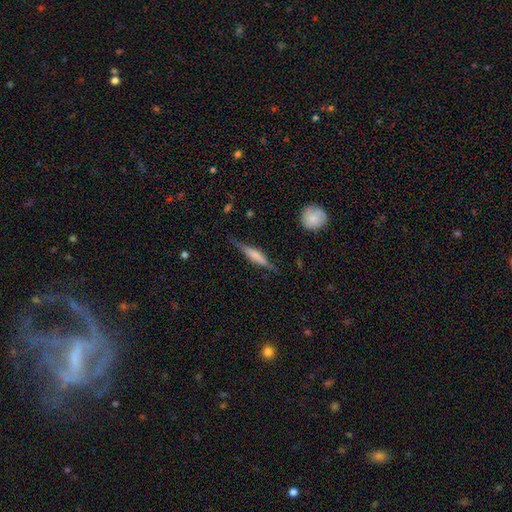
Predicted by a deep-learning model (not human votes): featured or disk 62%, smooth 31%, star or artifact 7%. Down the decision tree: edge-on disk — yes (96%); edge-on bulge — boxy (42%); merging — none (81%).